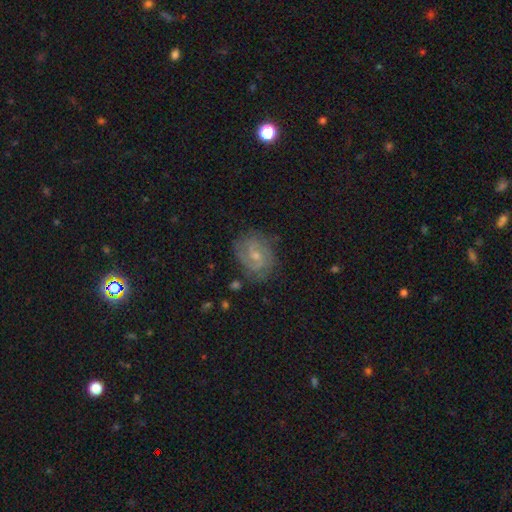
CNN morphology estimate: Overall: featured or disk (73%). Edge-on disk: no (97%). Bar: no (48%; weak 45%). Spiral arms: yes (90%). Spiral arm count: 2 (54%; can't tell 24%). Spiral winding: tight (49%; medium 39%). Bulge size: small (53%; moderate 42%). Merging: none (73%).